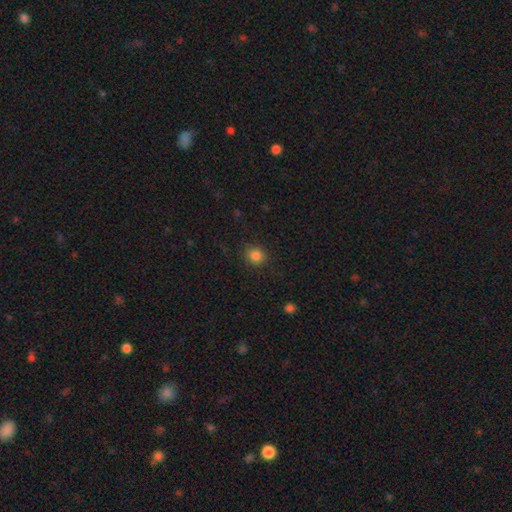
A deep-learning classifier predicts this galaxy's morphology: Overall: smooth (84%). How rounded: round (83%). Merging: none (87%).